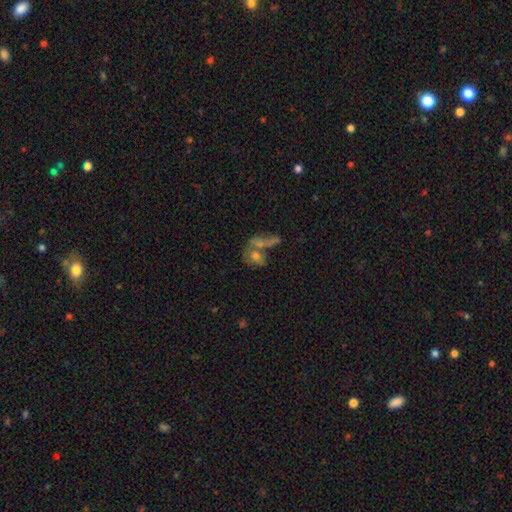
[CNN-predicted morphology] A smooth galaxy with no disk features (51%) that is in between round and cigar-shaped (51%). Merging: merger (47%).